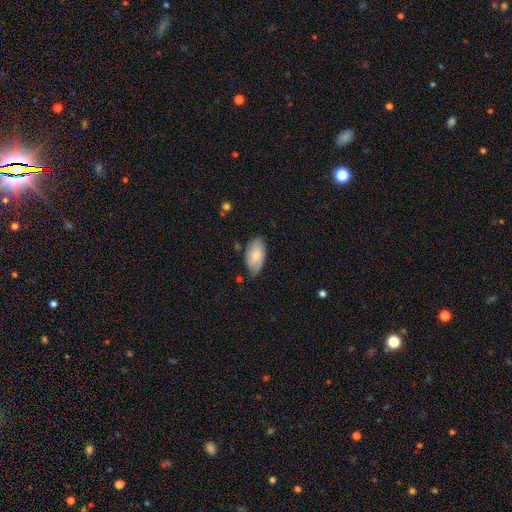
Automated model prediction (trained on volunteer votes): Smooth or featured: smooth — 77% (featured or disk — 17%)
How rounded: in between — 95% (cigar-shaped — 3%)
Merging: none — 73% (minor disturbance — 21%)